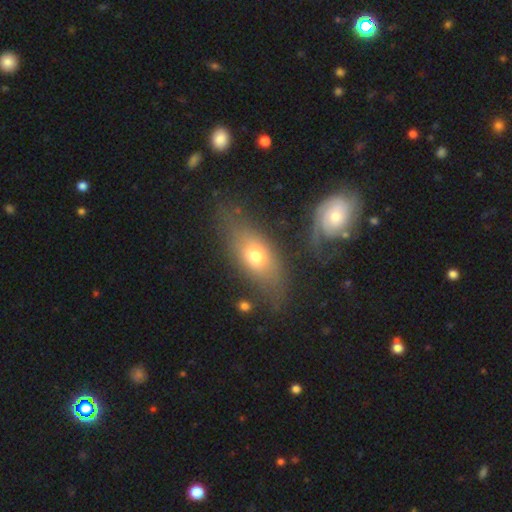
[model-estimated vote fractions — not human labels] smooth_or_featured: smooth (p=0.58) [alt: featured or disk p=0.30]
how_rounded: in between (p=0.71) [alt: cigar-shaped p=0.16]
merging: none (p=0.68) [alt: minor disturbance p=0.17]